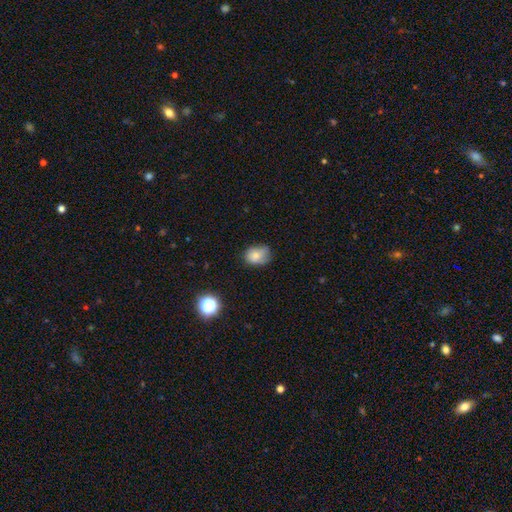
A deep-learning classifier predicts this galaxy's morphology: type=smooth (75%); roundness=in between (57%); merging=none (53%).